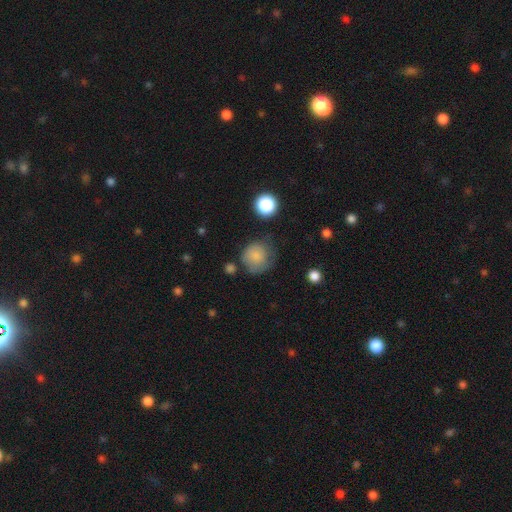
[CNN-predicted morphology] smooth 81%, star or artifact 10%, featured or disk 9%. Down the decision tree: how rounded — round (85%); merging — none (55%).